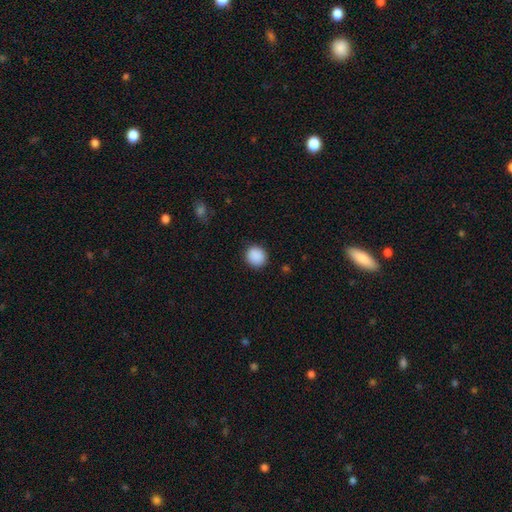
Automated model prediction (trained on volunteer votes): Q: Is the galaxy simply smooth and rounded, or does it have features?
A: smooth — 89%.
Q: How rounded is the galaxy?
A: round — 87%.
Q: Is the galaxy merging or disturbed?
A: none — 89%.